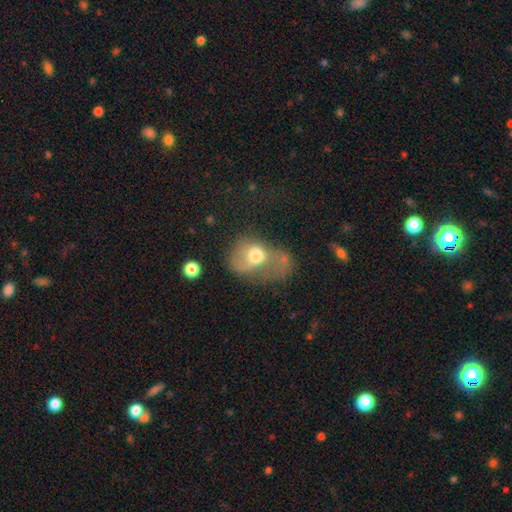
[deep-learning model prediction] Smooth or featured? Predicted: featured or disk (p=0.45). Merging? Predicted: major disturbance (p=0.49).